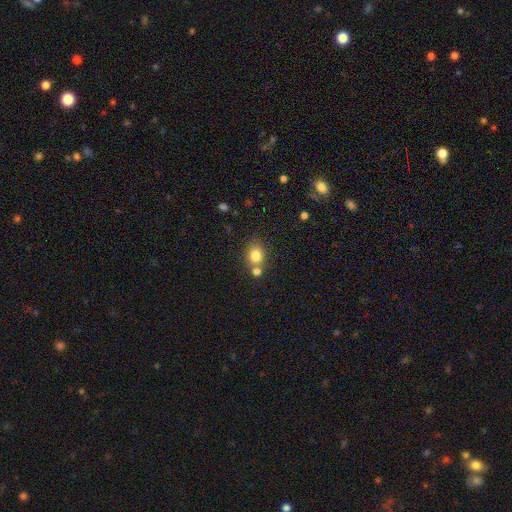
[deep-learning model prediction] Overall: smooth (81%). How rounded: round (61%; in between 38%). Merging: none (60%; merger 25%).